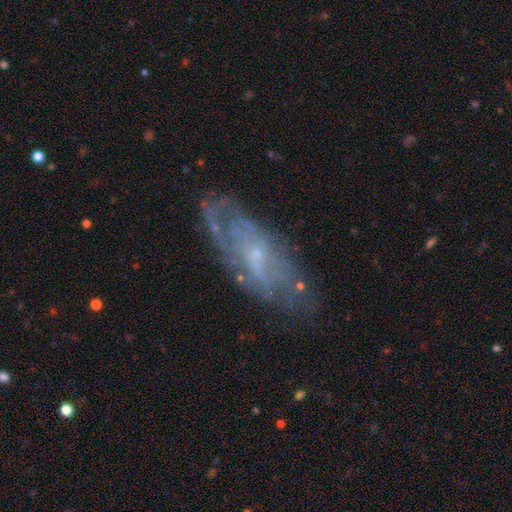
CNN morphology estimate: Smooth or featured: featured or disk — 68% (smooth — 22%)
Edge-on disk: no — 84% (yes — 16%)
Bar: no — 62% (weak — 32%)
Spiral arms: yes — 64% (no — 36%)
Bulge size: small — 68% (moderate — 18%)
Merging: none — 67% (minor disturbance — 21%)